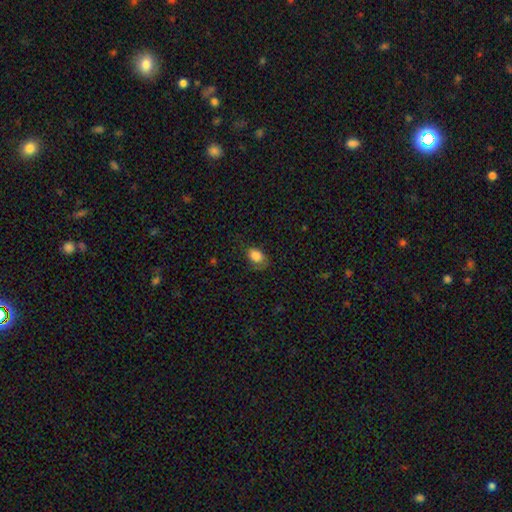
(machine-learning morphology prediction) This is clearly a smooth galaxy (83%). How rounded: clearly in between (82%). Merging: possibly none (60%).